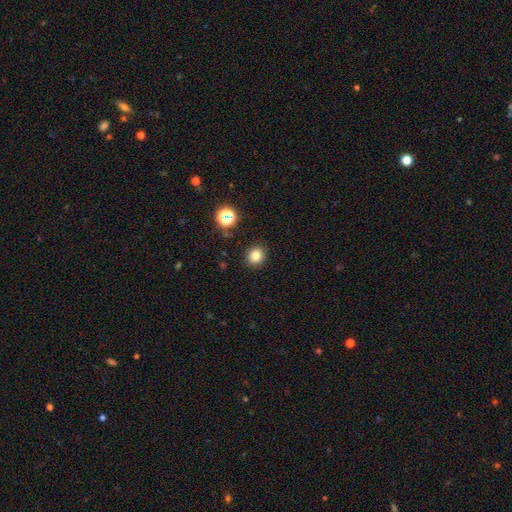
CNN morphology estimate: Overall: smooth (79%). How rounded: round (83%). Merging: none (90%).